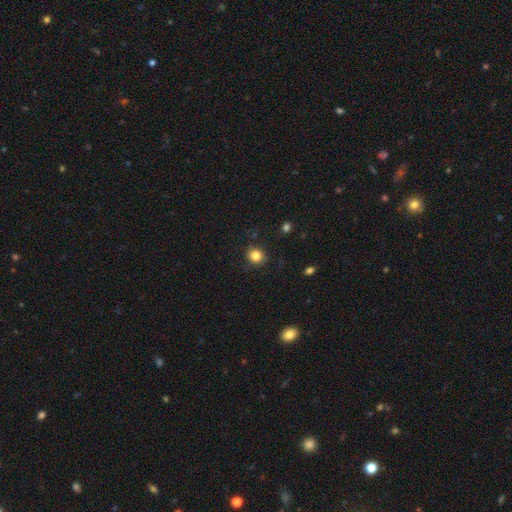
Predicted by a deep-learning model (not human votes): smooth 83%, star or artifact 11%, featured or disk 6%. Down the decision tree: how rounded — round (85%); merging — none (84%).